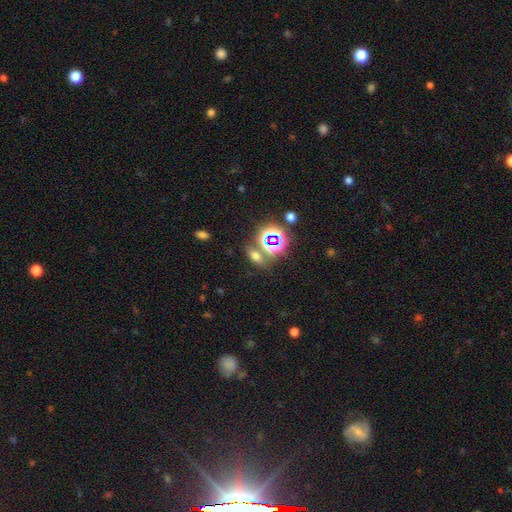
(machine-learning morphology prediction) smooth-or-featured: smooth: 50% | star or artifact: 37% | featured or disk: 13%
  merging: none: 71% | merger: 14% | minor disturbance: 10% | major disturbance: 5%